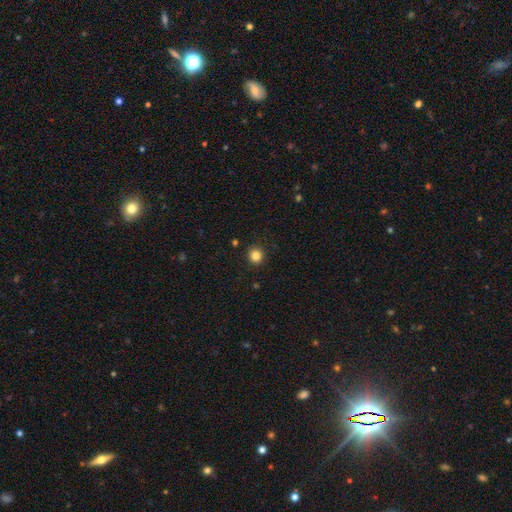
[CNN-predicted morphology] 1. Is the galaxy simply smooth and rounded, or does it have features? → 84% smooth, 12% star or artifact, 5% featured or disk.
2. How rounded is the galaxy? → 92% round, 7% in between, 1% cigar-shaped.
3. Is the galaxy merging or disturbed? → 91% none, 6% minor disturbance, 2% major disturbance, 1% merger.